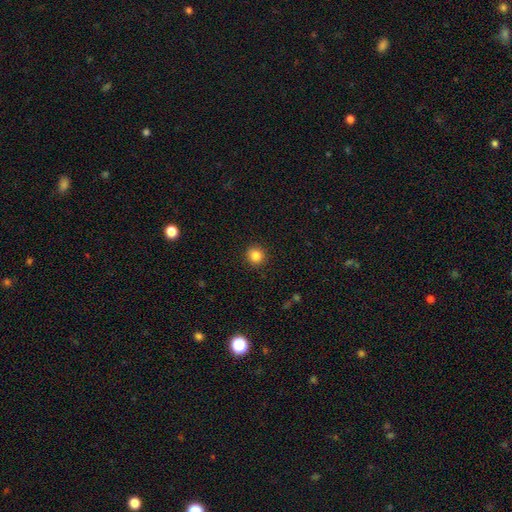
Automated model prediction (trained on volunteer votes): smooth_or_featured: smooth (p=0.84) [alt: star or artifact p=0.11]
how_rounded: round (p=0.93) [alt: in between p=0.06]
merging: none (p=0.92) [alt: minor disturbance p=0.05]